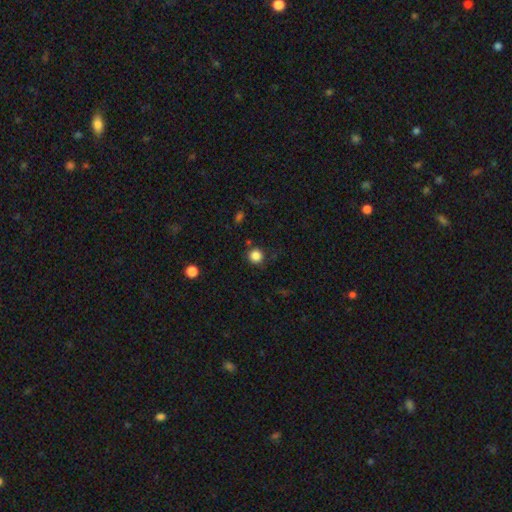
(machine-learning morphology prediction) Smooth or featured? smooth (84%)
How rounded? round (93%)
Merging? none (85%)